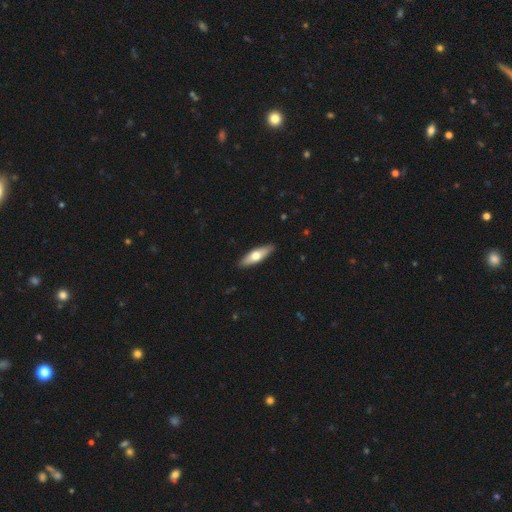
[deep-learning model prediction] This appears to be a smooth galaxy with no disk features (57%) that is cigar-shaped (55%). Merging: none (89%).